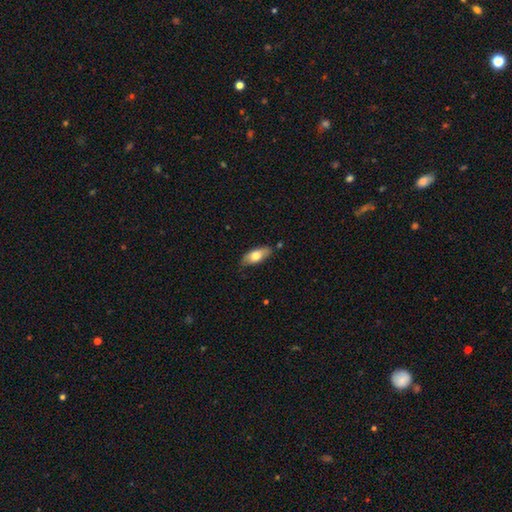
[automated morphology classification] This appears to be a smooth galaxy with no disk features (67%) that is in between round and cigar-shaped (79%). Merging: none (79%).